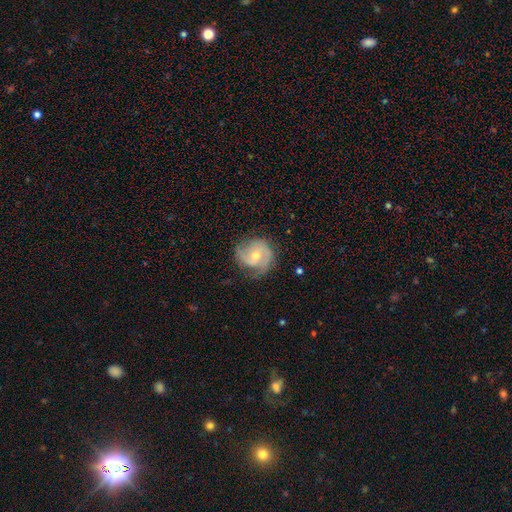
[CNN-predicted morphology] Smooth or featured? Predicted: featured or disk (p=0.81). Edge-on disk? Predicted: no (p=0.98). Bar? Predicted: no (p=0.57). Spiral arms? Predicted: yes (p=0.95). Spiral winding? Predicted: tight (p=0.45). Spiral arm count? Predicted: 2 (p=0.64). Bulge size? Predicted: moderate (p=0.54). Merging? Predicted: none (p=0.74).